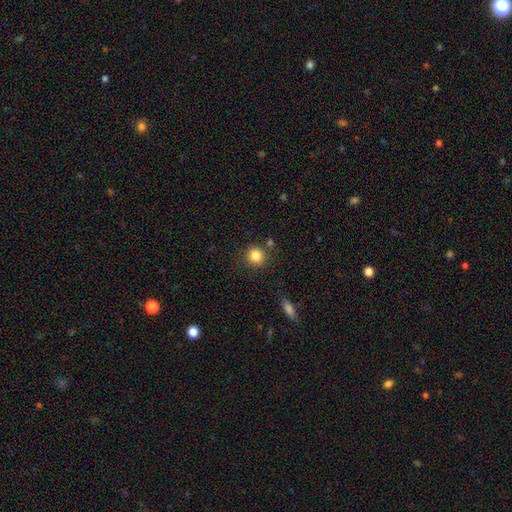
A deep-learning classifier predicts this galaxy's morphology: type=smooth (85%); roundness=round (92%); merging=none (83%).